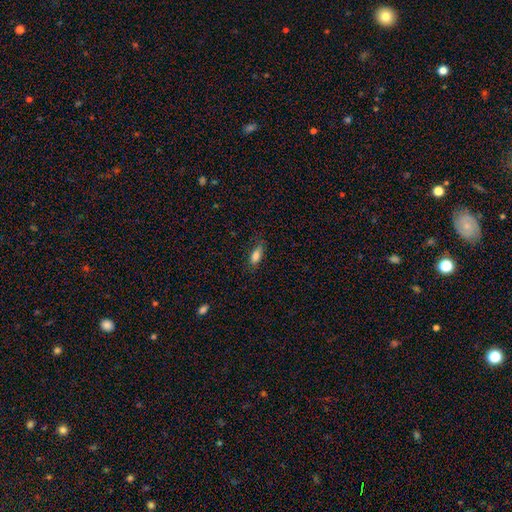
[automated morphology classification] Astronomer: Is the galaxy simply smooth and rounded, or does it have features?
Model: smooth — 83%.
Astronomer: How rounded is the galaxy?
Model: in between — 77%.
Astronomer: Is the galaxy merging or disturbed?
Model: none — 73%.